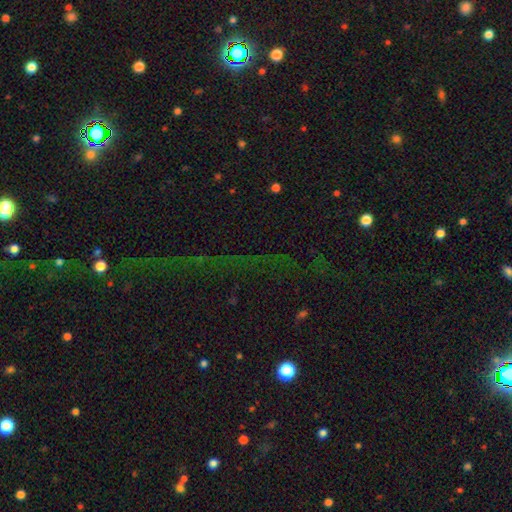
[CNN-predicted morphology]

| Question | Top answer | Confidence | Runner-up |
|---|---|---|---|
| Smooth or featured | star or artifact | 71% | smooth (15%) |